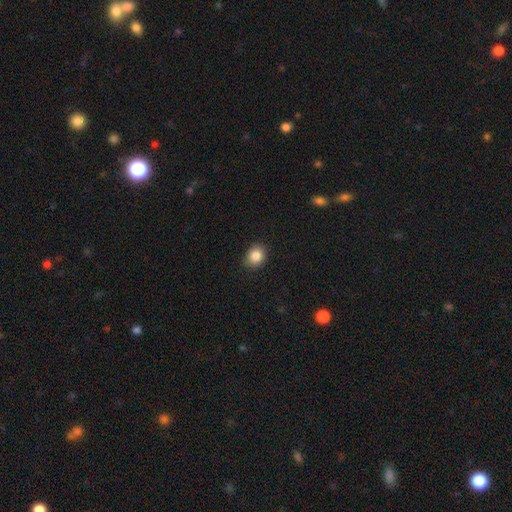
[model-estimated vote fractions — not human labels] Smooth or featured: smooth — 87% (star or artifact — 9%)
How rounded: round — 62% (in between — 37%)
Merging: none — 83% (minor disturbance — 14%)